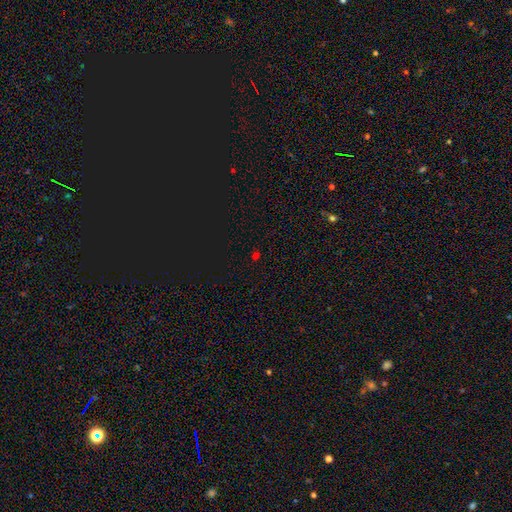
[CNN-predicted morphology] Smooth or featured? Predicted: star or artifact (p=0.54).